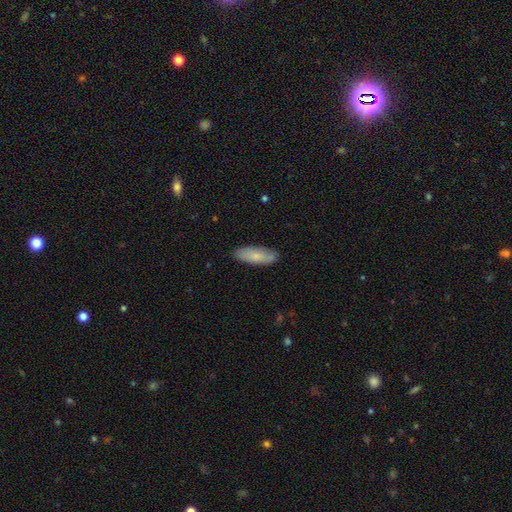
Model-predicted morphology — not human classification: Q: Smooth or featured?
A: smooth (78%); runner-up: featured or disk (16%)
Q: How rounded?
A: in between (63%); runner-up: cigar-shaped (36%)
Q: Merging?
A: none (86%); runner-up: minor disturbance (11%)